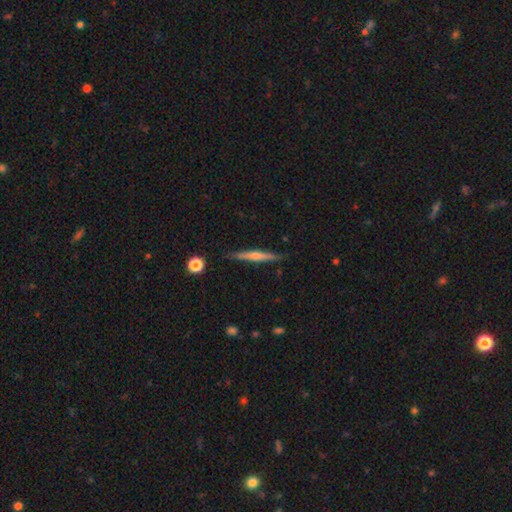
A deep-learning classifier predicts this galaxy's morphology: featured or disk 65%, smooth 28%, star or artifact 7%. Down the decision tree: edge-on disk — yes (98%); edge-on bulge — rounded (68%); merging — none (89%).